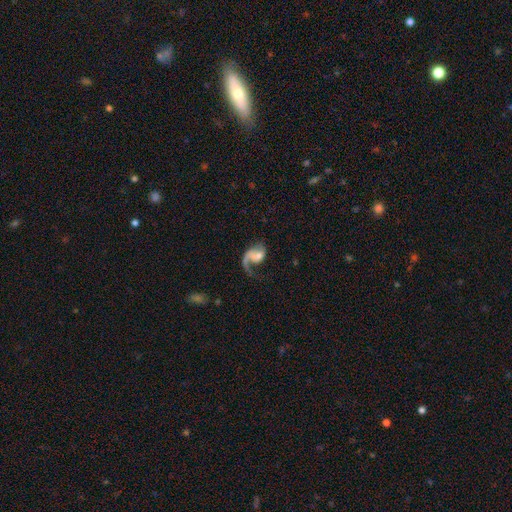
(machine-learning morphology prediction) The model was most divided on "bulge size": small: 41%, moderate: 35%, none: 13%, large: 8%, dominant: 2%. Remaining: edge-on disk — no (98%); spiral arms — yes (92%); smooth or featured — featured or disk (77%); spiral arm count — 1 (69%); bar — no (66%); spiral winding — loose (64%); merging — major disturbance (43%).